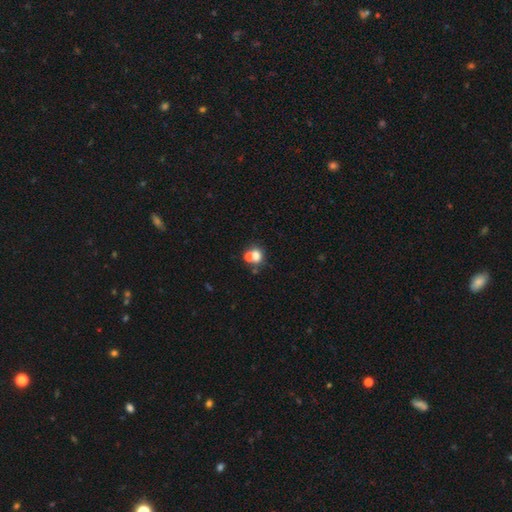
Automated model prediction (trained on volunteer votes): Smooth or featured? Predicted: smooth (p=0.68). How rounded? Predicted: round (p=0.58). Merging? Predicted: merger (p=0.48).